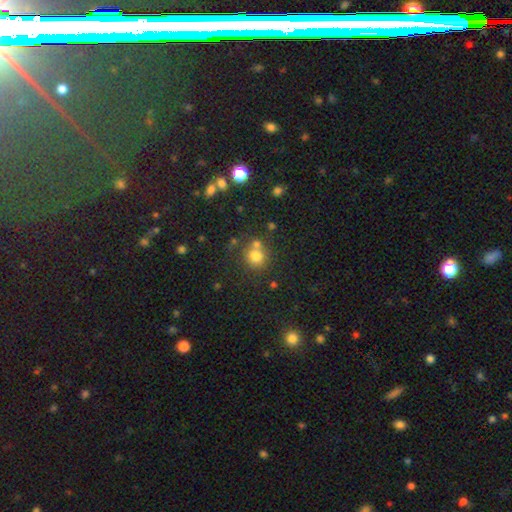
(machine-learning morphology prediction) Smooth or featured: smooth — 75% (star or artifact — 15%)
How rounded: round — 87% (in between — 12%)
Merging: none — 59% (merger — 27%)